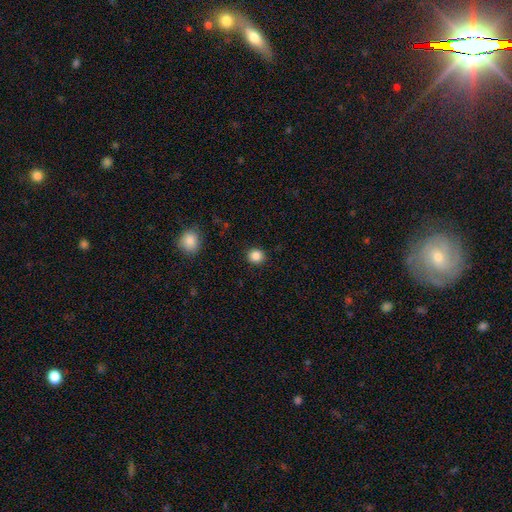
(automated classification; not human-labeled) A smooth galaxy with no disk features (86%) that is round (91%).

Vote fractions:
- Smooth or featured? smooth: 86% / star or artifact: 11% / featured or disk: 3%
- How rounded? round: 91% / in between: 8% / cigar-shaped: 1%
- Merging? none: 91% / minor disturbance: 5% / major disturbance: 2% / merger: 1%